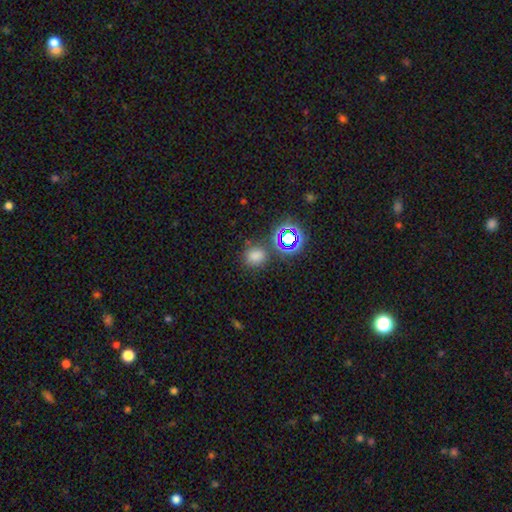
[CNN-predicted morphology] Smooth or featured?
  - smooth: 70% *
  - star or artifact: 24%
  - featured or disk: 6%
How rounded?
  - round: 65% *
  - in between: 33%
  - cigar-shaped: 1%
Merging?
  - none: 76% *
  - minor disturbance: 12%
  - merger: 8%
  - major disturbance: 4%